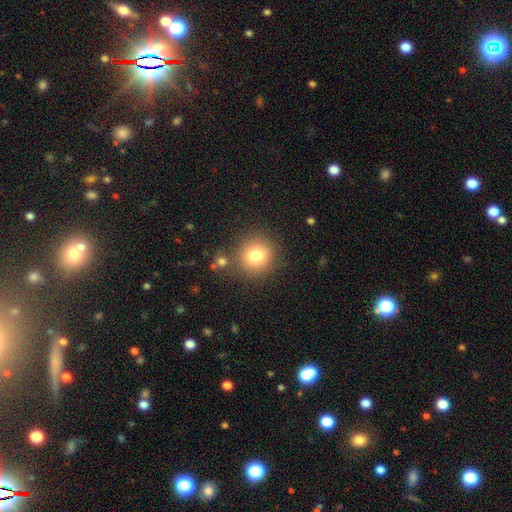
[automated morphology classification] Smooth or featured?
  - smooth: 79% *
  - star or artifact: 12%
  - featured or disk: 9%
How rounded?
  - round: 89% *
  - in between: 10%
  - cigar-shaped: 1%
Merging?
  - none: 81% *
  - minor disturbance: 9%
  - merger: 6%
  - major disturbance: 3%